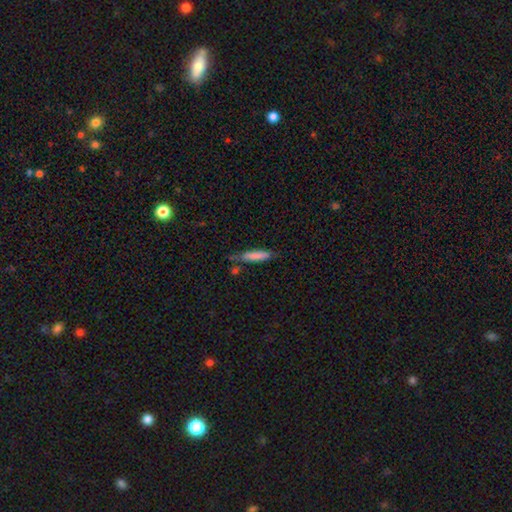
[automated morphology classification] A smooth galaxy with no disk features (79%) that is cigar-shaped (85%).

Vote fractions:
- Smooth or featured? smooth: 79% / featured or disk: 15% / star or artifact: 7%
- How rounded? cigar-shaped: 85% / in between: 14% / round: 2%
- Merging? none: 62% / minor disturbance: 24% / merger: 7% / major disturbance: 7%